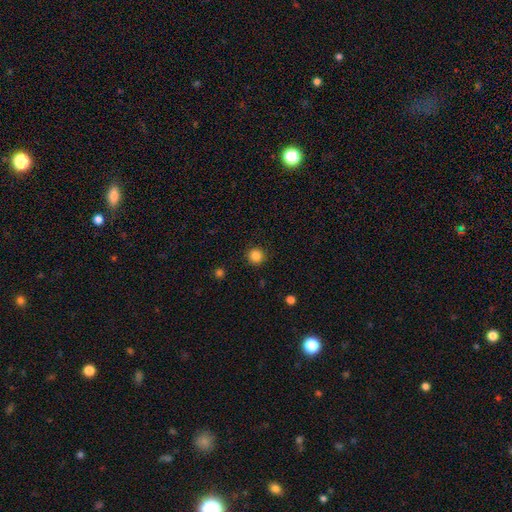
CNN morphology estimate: smooth 85%, star or artifact 11%, featured or disk 4%. Down the decision tree: how rounded — round (95%); merging — none (92%).